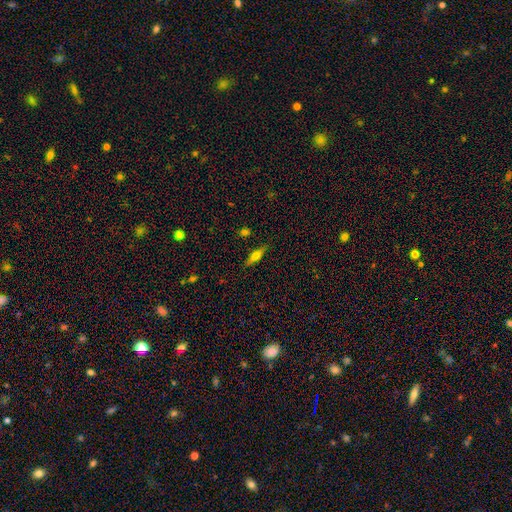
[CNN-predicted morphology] smooth_or_featured: smooth (p=0.50) [alt: featured or disk p=0.42]
merging: none (p=0.86) [alt: minor disturbance p=0.10]